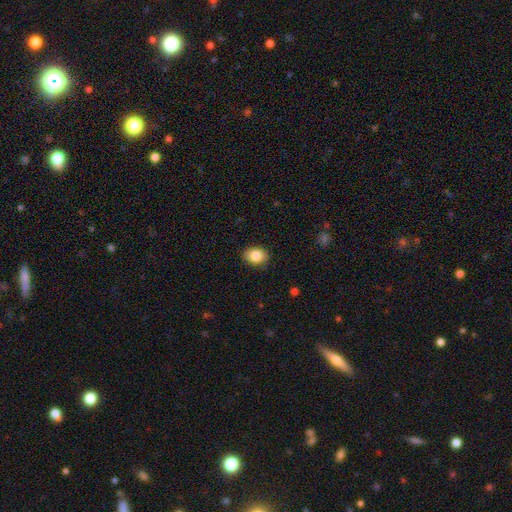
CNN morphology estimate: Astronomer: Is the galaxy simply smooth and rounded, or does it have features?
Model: smooth — 85%.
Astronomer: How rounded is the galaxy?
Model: in between — 63%.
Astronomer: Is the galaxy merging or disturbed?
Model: none — 88%.